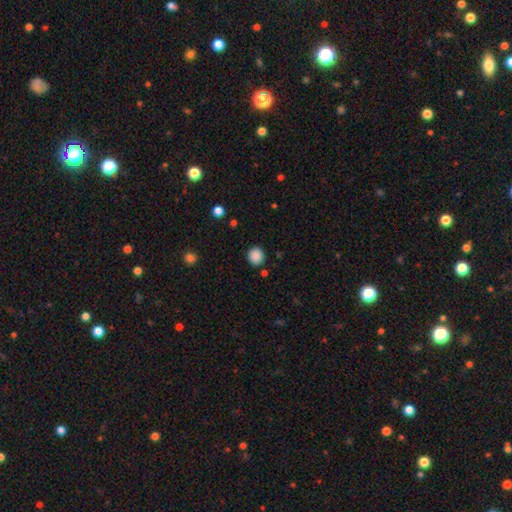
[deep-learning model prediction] The model was most divided on "how rounded": round: 87%, in between: 12%, cigar-shaped: 1%. More confident: merging — none (88%); smooth or featured — smooth (87%).